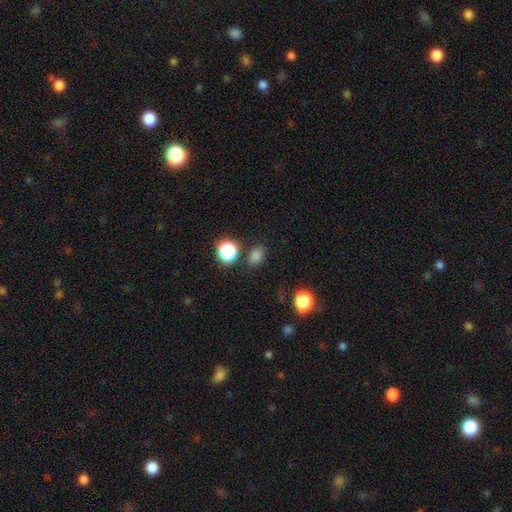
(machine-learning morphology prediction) A smooth galaxy with no disk features (79%) that is in between round and cigar-shaped (62%). Merging: none (81%).